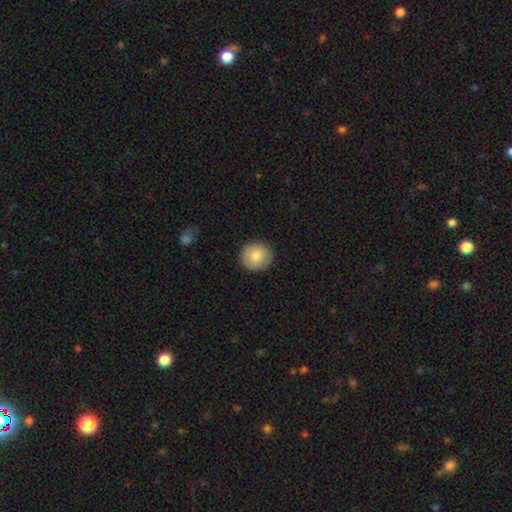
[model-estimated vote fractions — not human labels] Smooth or featured? smooth (85%)
How rounded? round (88%)
Merging? none (90%)